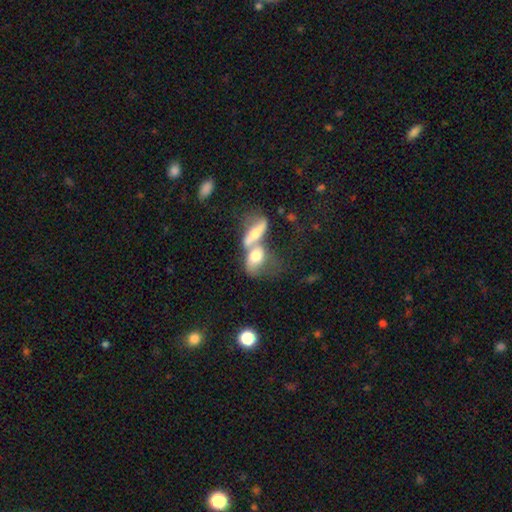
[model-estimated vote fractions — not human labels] Smooth or featured: smooth — 54% (featured or disk — 37%)
How rounded: in between — 75% (cigar-shaped — 13%)
Merging: merger — 76% (none — 10%)